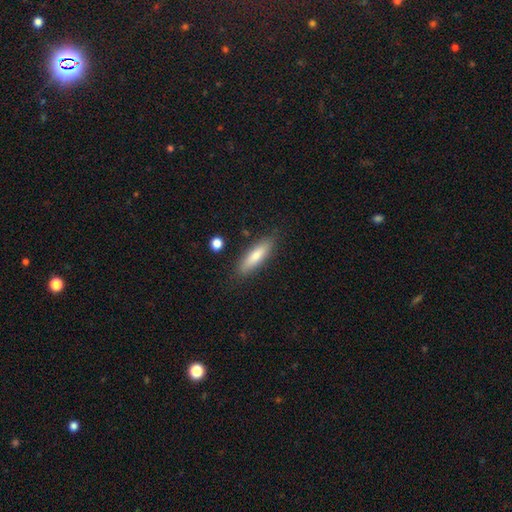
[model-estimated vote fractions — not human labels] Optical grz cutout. It shows a smooth galaxy with no disk features (70%) that is cigar-shaped (68%). Merging: none (86%).